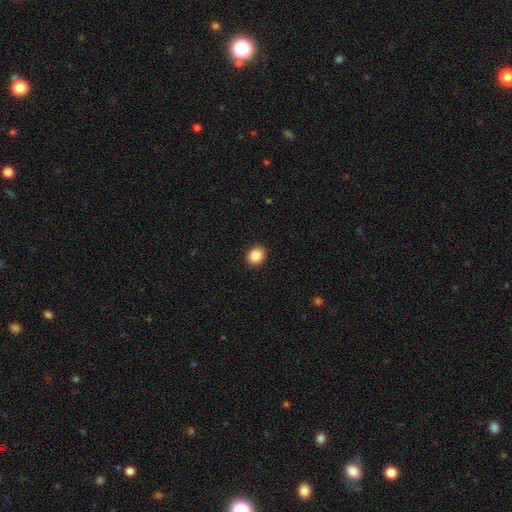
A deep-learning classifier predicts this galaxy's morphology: The model was most divided on "how rounded": round: 64%, in between: 36%, cigar-shaped: 1%. More confident: merging — none (92%); smooth or featured — smooth (87%).